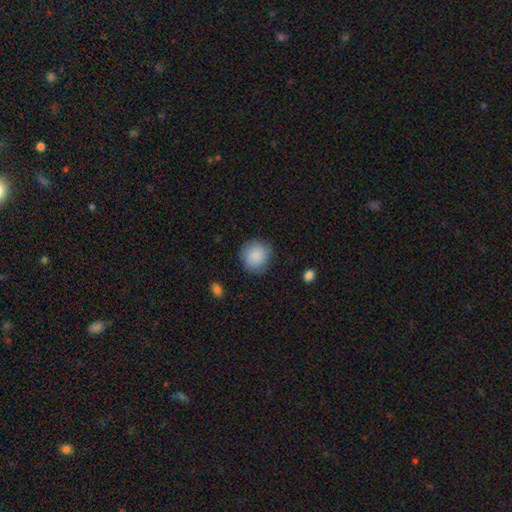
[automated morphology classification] Smooth or featured: smooth — 87% (star or artifact — 7%)
How rounded: round — 90% (in between — 9%)
Merging: none — 81% (minor disturbance — 14%)